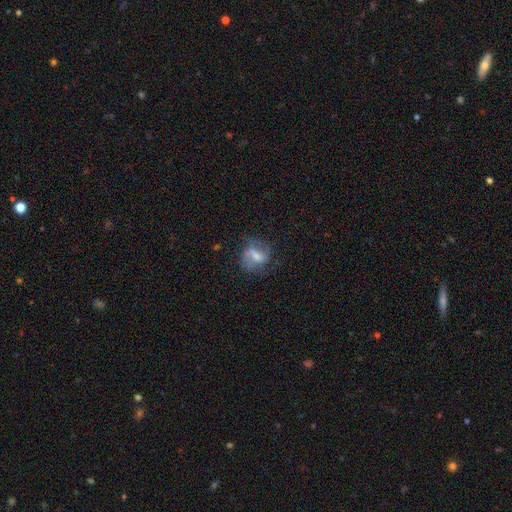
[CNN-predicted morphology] Smooth or featured? featured or disk (61%)
Edge-on disk? no (96%)
Bar? weak (50%)
Spiral arms? yes (83%)
Bulge size? moderate (42%)
Merging? none (58%)